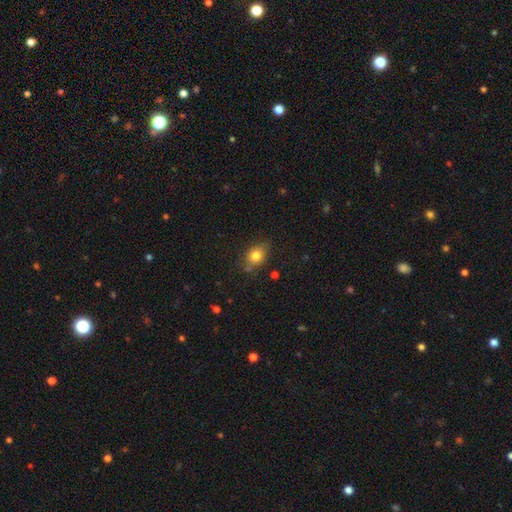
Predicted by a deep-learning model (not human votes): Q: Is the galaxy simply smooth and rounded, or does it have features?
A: smooth — 80%.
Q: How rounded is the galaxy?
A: in between — 57%.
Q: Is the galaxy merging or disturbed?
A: none — 69%.